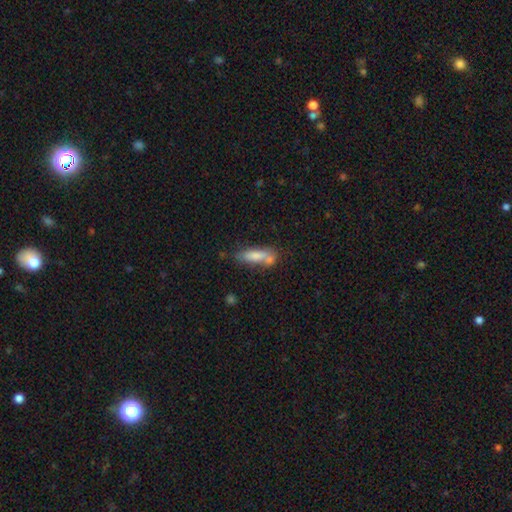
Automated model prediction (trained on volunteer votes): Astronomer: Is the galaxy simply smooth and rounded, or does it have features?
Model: smooth — 75%.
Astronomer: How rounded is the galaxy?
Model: cigar-shaped — 55% (runner-up: in between, 43%).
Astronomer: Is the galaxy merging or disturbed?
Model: none — 46% (runner-up: merger, 28%).